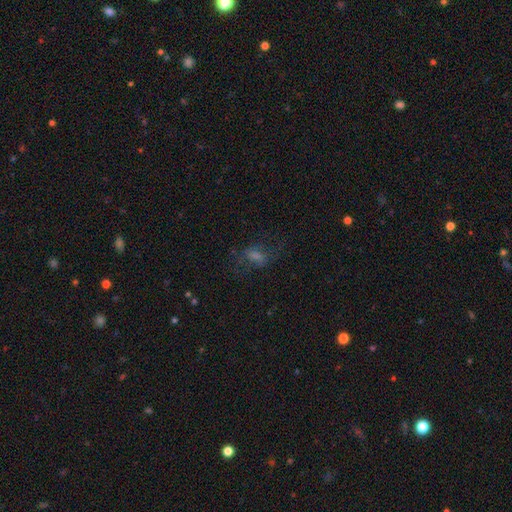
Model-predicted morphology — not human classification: Q: Smooth or featured?
A: smooth (43%); runner-up: featured or disk (30%)
Q: Merging?
A: none (58%); runner-up: major disturbance (22%)